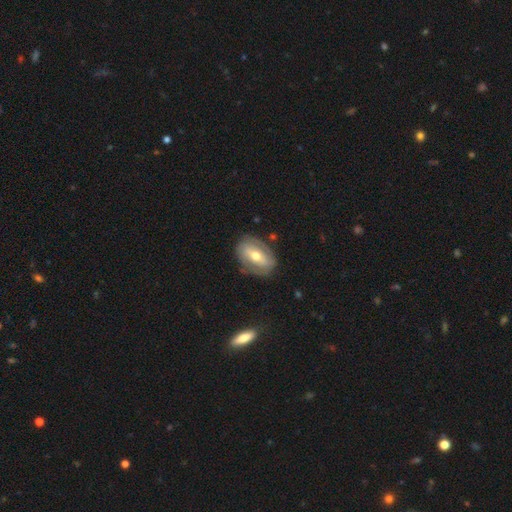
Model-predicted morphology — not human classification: smooth_or_featured: featured or disk (p=0.60) [alt: smooth p=0.33]
disk_edge_on: no (p=0.90) [alt: yes p=0.10]
bar: strong (p=0.37) [alt: weak p=0.33]
has_spiral_arms: yes (p=0.53) [alt: no p=0.47]
bulge_size: moderate (p=0.70) [alt: small p=0.23]
merging: none (p=0.72) [alt: minor disturbance p=0.19]